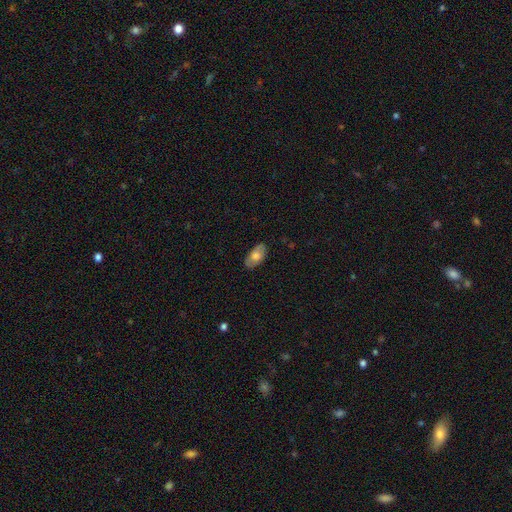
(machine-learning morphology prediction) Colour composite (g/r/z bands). It shows a smooth galaxy with no disk features (66%) that is in between round and cigar-shaped (93%). Merging: none (80%).